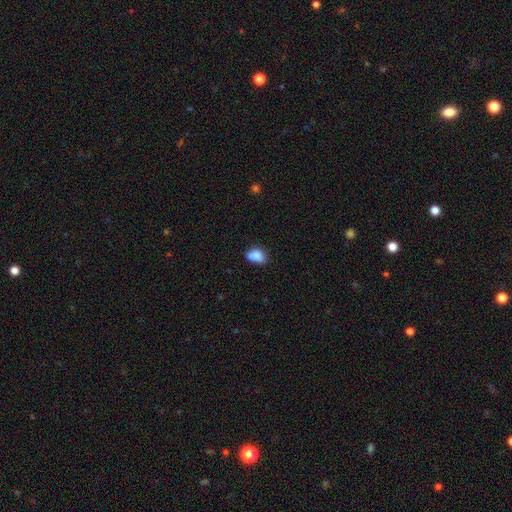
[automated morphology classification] smooth 82%, star or artifact 9%, featured or disk 9%. Down the decision tree: how rounded — in between (71%); merging — none (47%).